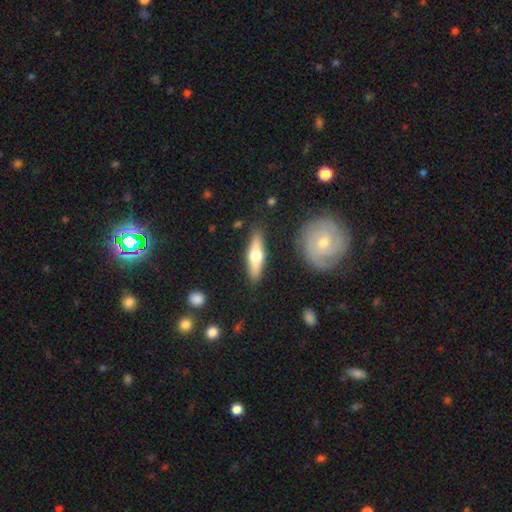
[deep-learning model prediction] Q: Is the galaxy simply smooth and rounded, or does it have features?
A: smooth — 48%.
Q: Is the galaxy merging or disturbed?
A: none — 86%.